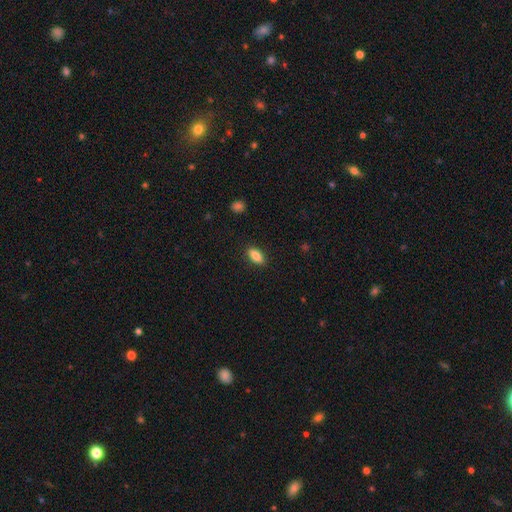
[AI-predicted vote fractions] The model was most divided on "how rounded": in between: 82%, cigar-shaped: 15%, round: 3%. More confident: merging — none (88%); smooth or featured — smooth (82%).